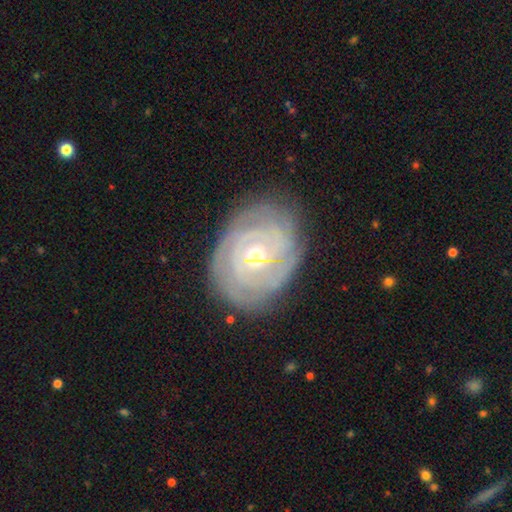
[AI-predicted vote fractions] A featured or disk galaxy (86%) with no bar (62%), tight (83%) spiral arms (94%) and a moderate central bulge (55%). Merging: none (80%).